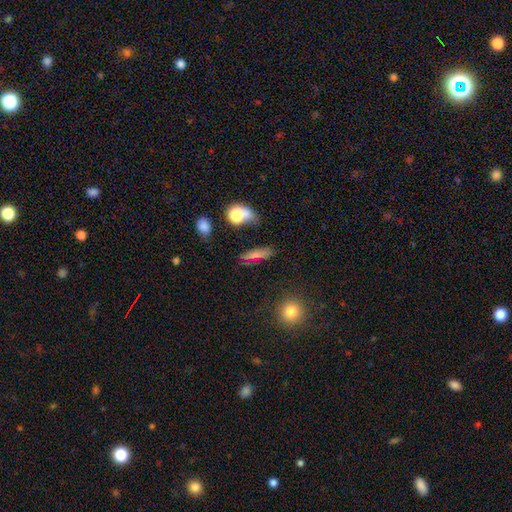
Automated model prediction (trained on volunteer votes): Smooth or featured: smooth — 69% (star or artifact — 16%)
How rounded: cigar-shaped — 61% (in between — 31%)
Merging: none — 75% (minor disturbance — 14%)